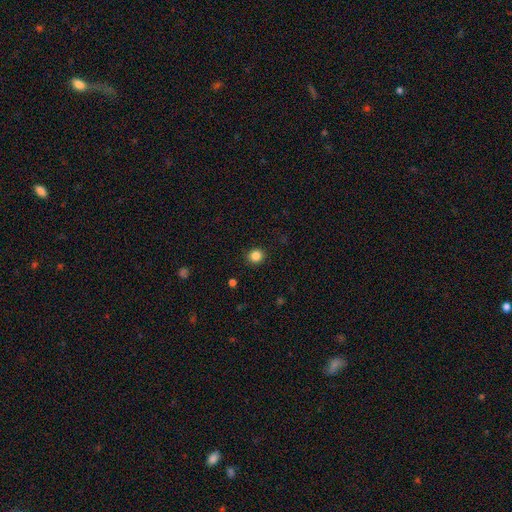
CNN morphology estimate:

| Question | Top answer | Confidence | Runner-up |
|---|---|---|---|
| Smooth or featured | smooth | 85% | star or artifact (11%) |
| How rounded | round | 89% | in between (10%) |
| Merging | none | 91% | minor disturbance (6%) |